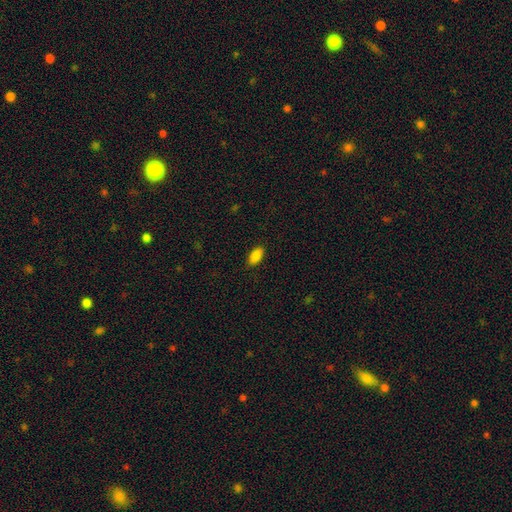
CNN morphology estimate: A smooth galaxy with no disk features (87%) that is in between round and cigar-shaped (92%). Merging: none (88%).